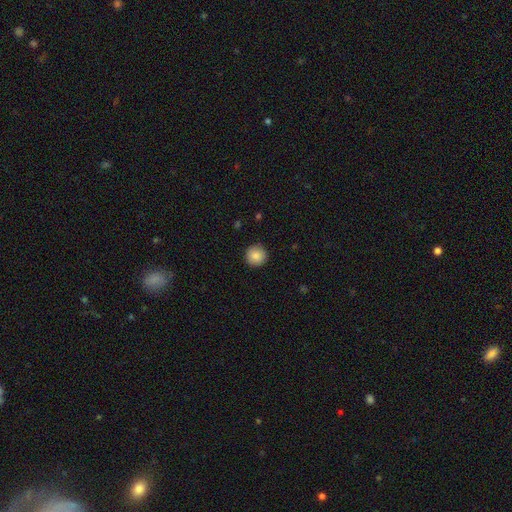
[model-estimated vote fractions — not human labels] Smooth or featured? Predicted: smooth (p=0.86). How rounded? Predicted: round (p=0.95). Merging? Predicted: none (p=0.91).